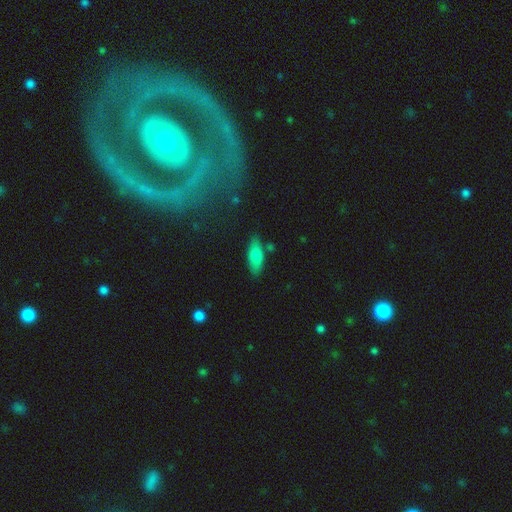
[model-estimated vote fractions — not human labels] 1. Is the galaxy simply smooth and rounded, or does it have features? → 74% smooth, 19% featured or disk, 7% star or artifact.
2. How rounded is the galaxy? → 75% in between, 22% cigar-shaped, 3% round.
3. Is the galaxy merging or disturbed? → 79% none, 14% minor disturbance, 4% merger, 3% major disturbance.